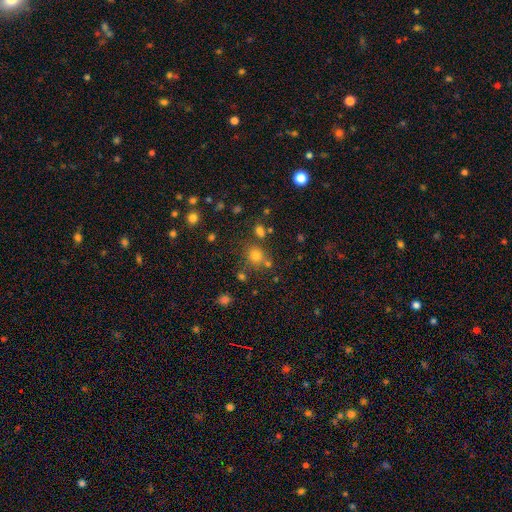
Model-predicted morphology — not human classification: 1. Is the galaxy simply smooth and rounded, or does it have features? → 72% smooth, 21% star or artifact, 8% featured or disk.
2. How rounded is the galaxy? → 84% round, 15% in between, 1% cigar-shaped.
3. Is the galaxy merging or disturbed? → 71% none, 14% merger, 10% minor disturbance, 4% major disturbance.